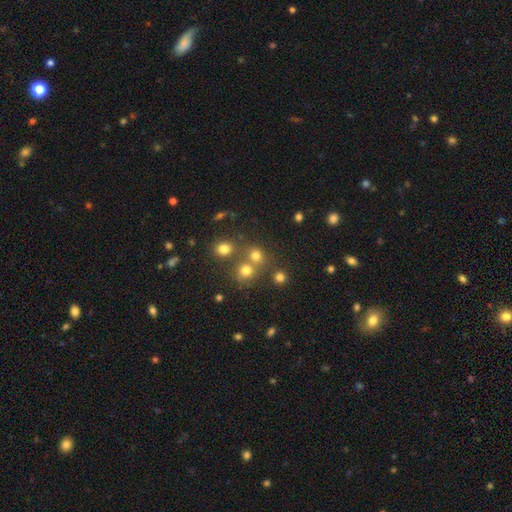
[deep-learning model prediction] The model was most divided on "merging": none: 60%, merger: 29%, minor disturbance: 7%, major disturbance: 4%. More confident: how rounded — round (84%); smooth or featured — smooth (72%).